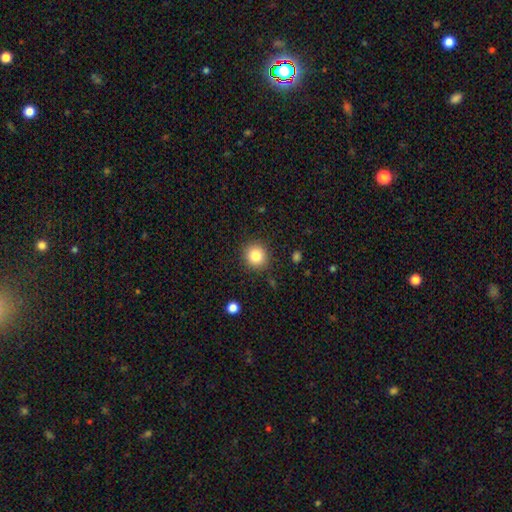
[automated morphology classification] This is clearly a smooth galaxy (83%). How rounded: clearly round (90%). Merging: clearly none (89%).